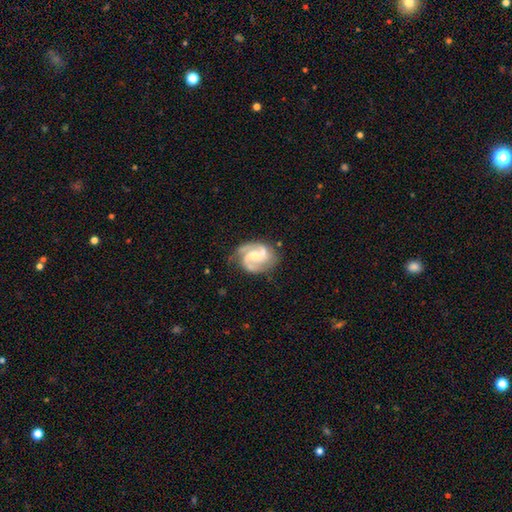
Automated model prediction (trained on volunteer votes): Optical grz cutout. It shows a featured or disk galaxy (85%) with a weak bar (48%), 2 (78%) medium (53%) spiral arms (97%) and a moderate central bulge (35%). Merging: none (66%).